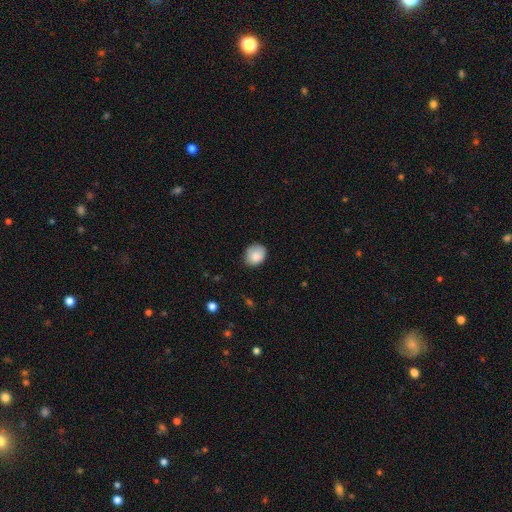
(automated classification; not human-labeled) Morphology: type=smooth (86%); roundness=round (58%); merging=none (73%).